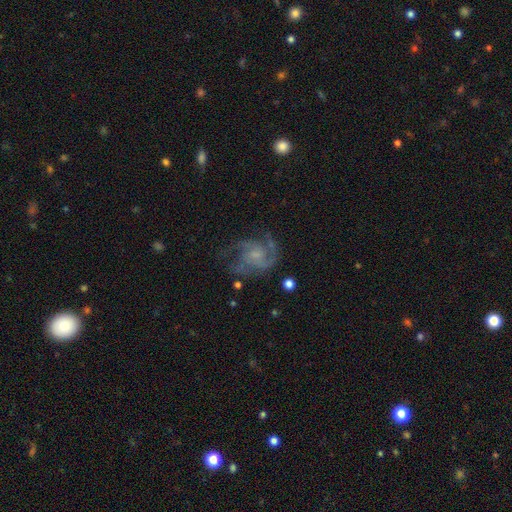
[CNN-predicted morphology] Q: Smooth or featured?
A: featured or disk (83%); runner-up: smooth (10%)
Q: Edge-on disk?
A: no (98%); runner-up: yes (2%)
Q: Bar?
A: no (64%); runner-up: weak (31%)
Q: Spiral arms?
A: yes (94%); runner-up: no (6%)
Q: Spiral winding?
A: medium (52%); runner-up: tight (29%)
Q: Spiral arm count?
A: 3 (35%); runner-up: 2 (32%)
Q: Bulge size?
A: small (54%); runner-up: none (21%)
Q: Merging?
A: none (59%); runner-up: major disturbance (20%)